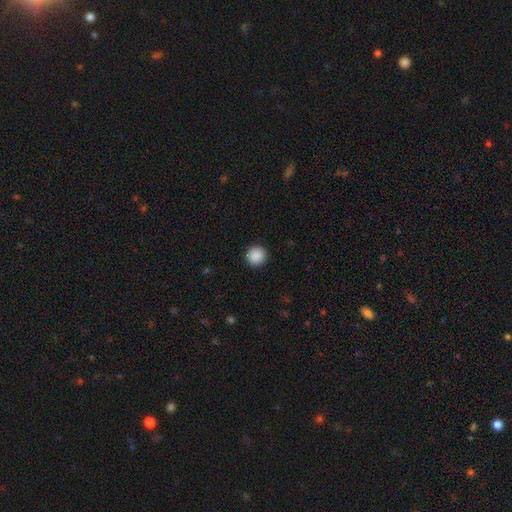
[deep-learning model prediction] Smooth or featured: smooth — 89% (star or artifact — 9%)
How rounded: round — 96% (in between — 4%)
Merging: none — 93% (minor disturbance — 5%)